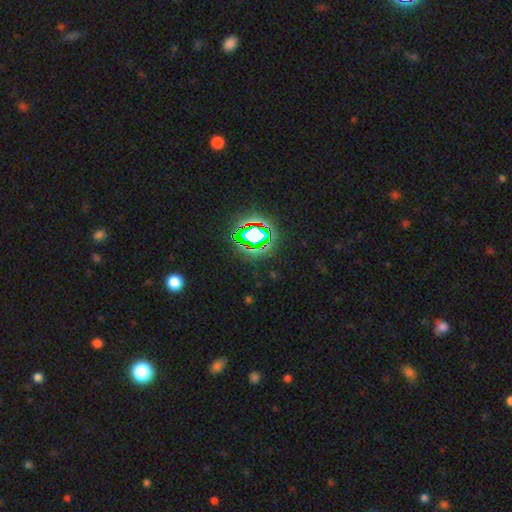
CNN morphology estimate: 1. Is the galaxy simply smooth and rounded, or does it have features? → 78% star or artifact, 14% smooth, 8% featured or disk.